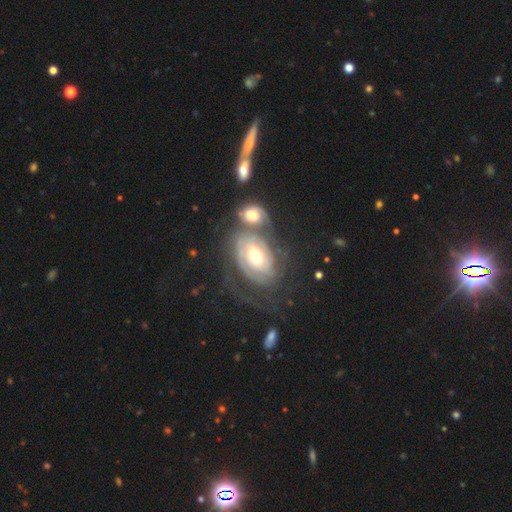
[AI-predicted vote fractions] smooth_or_featured: featured or disk (p=0.82) [alt: smooth p=0.12]
disk_edge_on: no (p=0.95) [alt: yes p=0.05]
bar: no (p=0.54) [alt: weak p=0.33]
has_spiral_arms: yes (p=0.89) [alt: no p=0.11]
spiral_winding: tight (p=0.70) [alt: medium p=0.22]
spiral_arm_count: can't tell (p=0.39) [alt: 2 p=0.35]
bulge_size: moderate (p=0.69) [alt: large p=0.17]
merging: none (p=0.38) [alt: merger p=0.28]